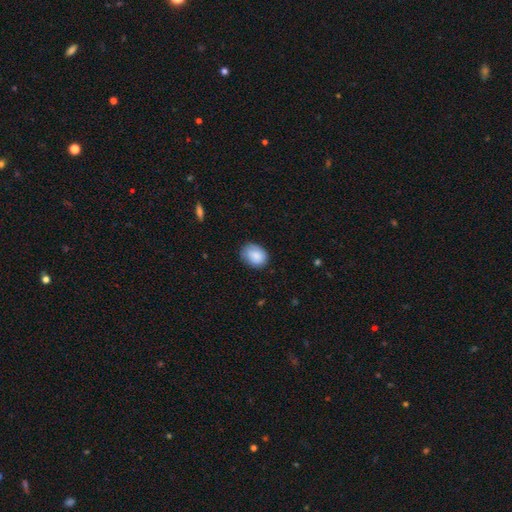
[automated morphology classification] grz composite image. It shows a smooth galaxy with no disk features (85%) that is in between round and cigar-shaped (58%). Merging: none (73%).